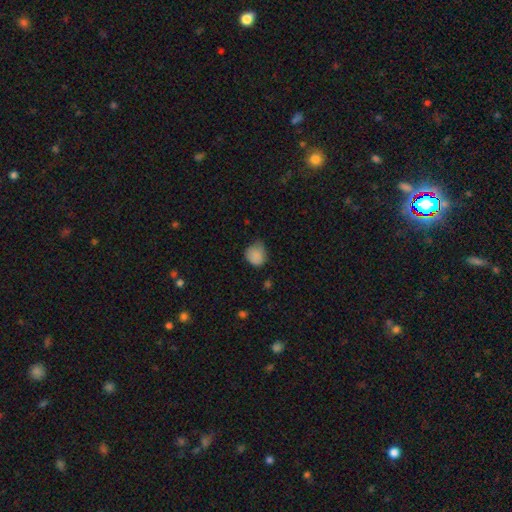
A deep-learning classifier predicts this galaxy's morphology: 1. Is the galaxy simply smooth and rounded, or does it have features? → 85% smooth, 9% star or artifact, 6% featured or disk.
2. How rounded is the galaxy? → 67% round, 32% in between, 1% cigar-shaped.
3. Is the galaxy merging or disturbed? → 50% none, 39% minor disturbance, 9% major disturbance, 2% merger.